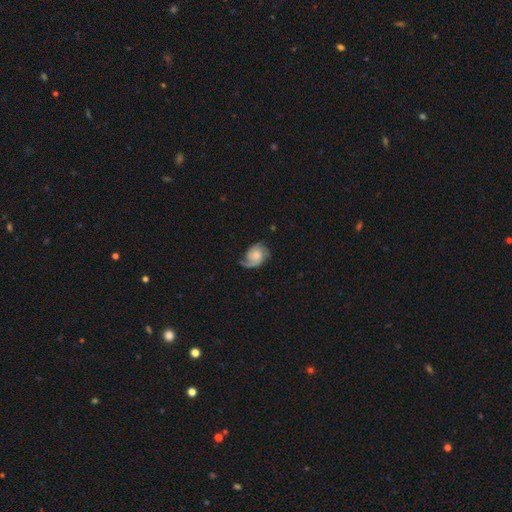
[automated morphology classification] Q: Smooth or featured?
A: featured or disk (72%); runner-up: smooth (22%)
Q: Edge-on disk?
A: no (97%); runner-up: yes (3%)
Q: Bar?
A: no (73%); runner-up: weak (24%)
Q: Spiral arms?
A: yes (94%); runner-up: no (6%)
Q: Spiral winding?
A: medium (41%); runner-up: tight (35%)
Q: Spiral arm count?
A: 2 (53%); runner-up: 1 (25%)
Q: Bulge size?
A: moderate (42%); runner-up: small (26%)
Q: Merging?
A: none (57%); runner-up: minor disturbance (25%)